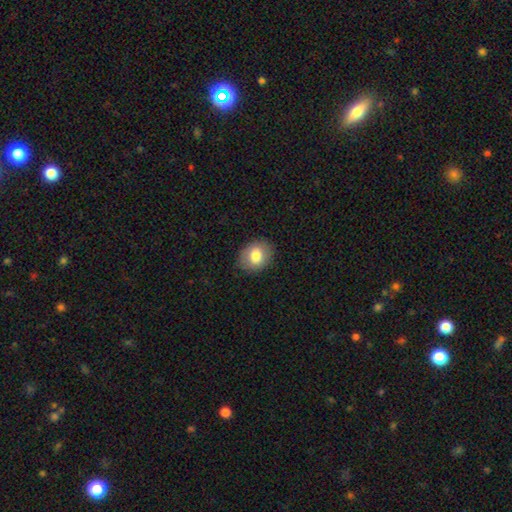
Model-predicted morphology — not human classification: Q: Smooth or featured?
A: smooth (79%); runner-up: featured or disk (13%)
Q: How rounded?
A: in between (56%); runner-up: round (43%)
Q: Merging?
A: none (84%); runner-up: minor disturbance (12%)